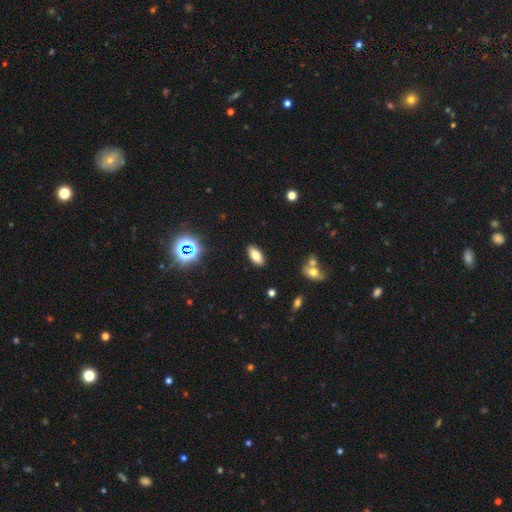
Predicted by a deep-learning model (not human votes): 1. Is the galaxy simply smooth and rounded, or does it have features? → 75% smooth, 14% featured or disk, 11% star or artifact.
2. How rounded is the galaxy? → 87% in between, 10% cigar-shaped, 3% round.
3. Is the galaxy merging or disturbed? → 89% none, 8% minor disturbance, 2% major disturbance, 2% merger.